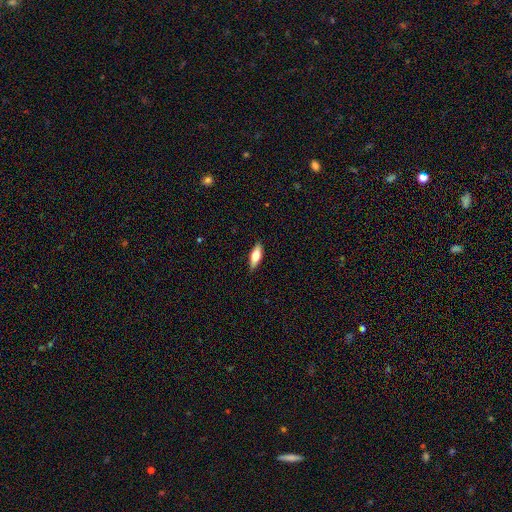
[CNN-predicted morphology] smooth 62%, featured or disk 32%, star or artifact 6%. Down the decision tree: how rounded — in between (67%); merging — none (87%).